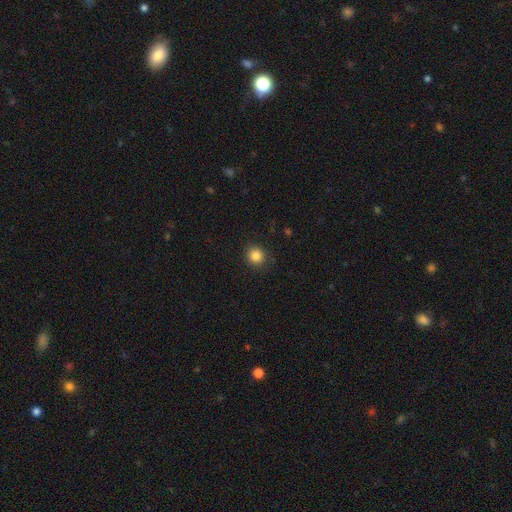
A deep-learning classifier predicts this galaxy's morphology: Overall: smooth (85%). How rounded: round (86%). Merging: none (88%).